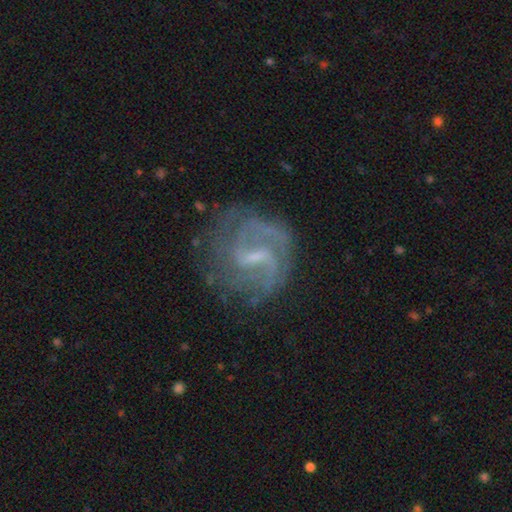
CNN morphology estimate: A featured or disk galaxy (85%) with a weak bar (59%), 2 (54%) medium (48%) spiral arms (93%) and a small central bulge (56%). Merging: none (68%).